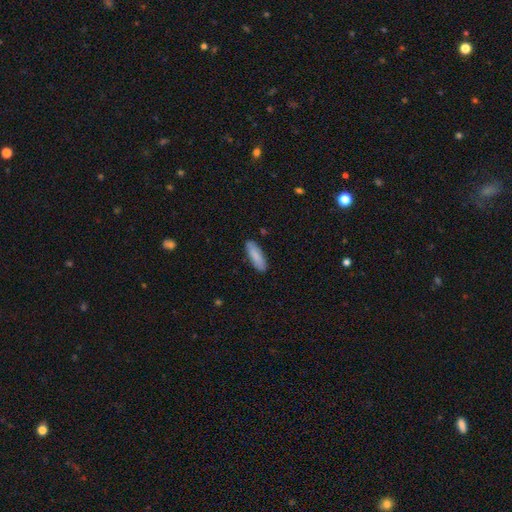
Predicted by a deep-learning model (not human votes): Overall: smooth (87%). How rounded: cigar-shaped (52%; in between 47%). Merging: none (88%).